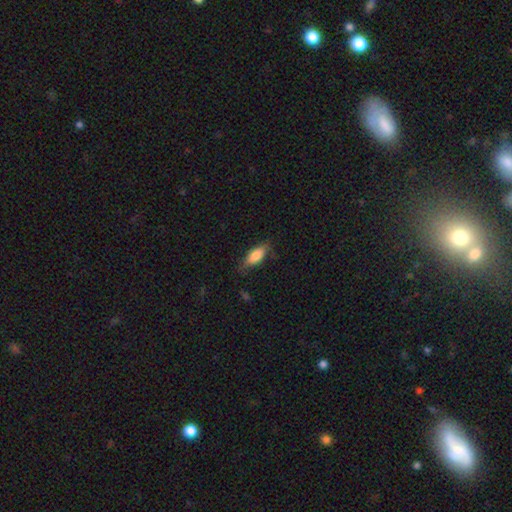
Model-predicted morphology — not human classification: Overall: smooth (79%). How rounded: in between (79%). Merging: none (69%).